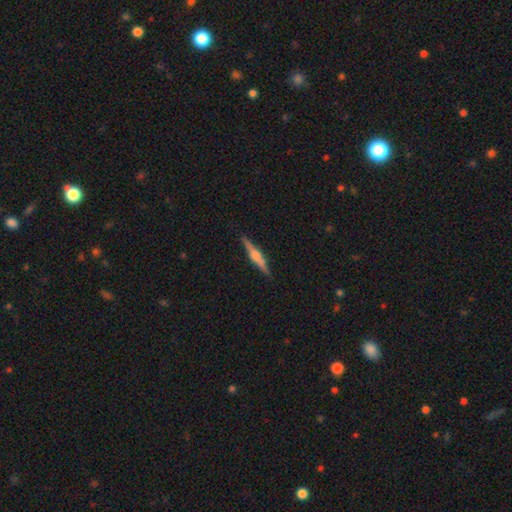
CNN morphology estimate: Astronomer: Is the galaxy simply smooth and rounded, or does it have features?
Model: featured or disk — 74%.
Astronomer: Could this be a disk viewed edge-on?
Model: yes — 98%.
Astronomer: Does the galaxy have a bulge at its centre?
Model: rounded — 82%.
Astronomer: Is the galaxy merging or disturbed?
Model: none — 90%.